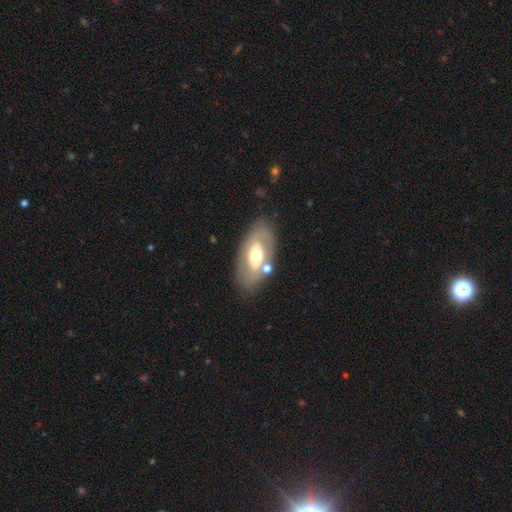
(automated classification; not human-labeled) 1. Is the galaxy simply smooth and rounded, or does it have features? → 55% featured or disk, 39% smooth, 6% star or artifact.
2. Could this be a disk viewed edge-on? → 87% no, 13% yes.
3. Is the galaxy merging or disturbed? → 72% none, 14% minor disturbance, 8% merger, 6% major disturbance.